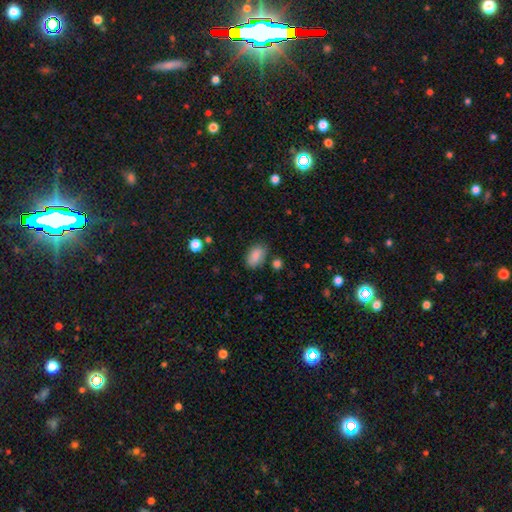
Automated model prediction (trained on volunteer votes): Smooth or featured?
  - smooth: 86% *
  - star or artifact: 8%
  - featured or disk: 6%
How rounded?
  - in between: 91% *
  - round: 7%
  - cigar-shaped: 2%
Merging?
  - none: 75% *
  - minor disturbance: 17%
  - merger: 5%
  - major disturbance: 4%